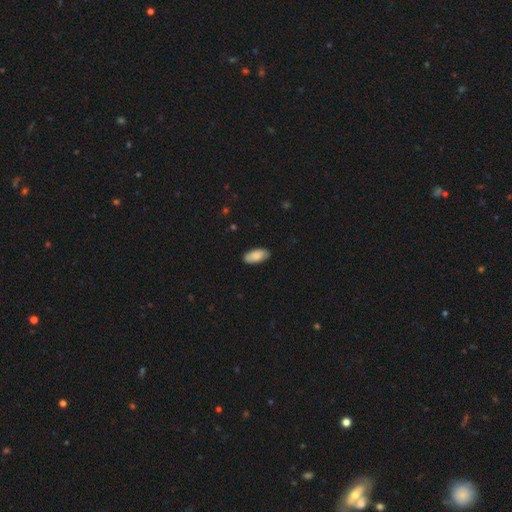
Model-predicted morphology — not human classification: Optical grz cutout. It shows a smooth galaxy with no disk features (88%) that is in between round and cigar-shaped (91%). Merging: none (88%).